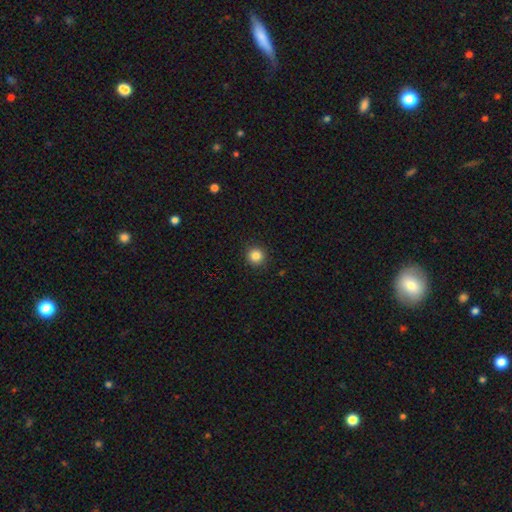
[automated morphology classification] Smooth or featured?
  - smooth: 84% *
  - star or artifact: 11%
  - featured or disk: 4%
How rounded?
  - round: 95% *
  - in between: 4%
  - cigar-shaped: 1%
Merging?
  - none: 92% *
  - minor disturbance: 5%
  - major disturbance: 2%
  - merger: 1%